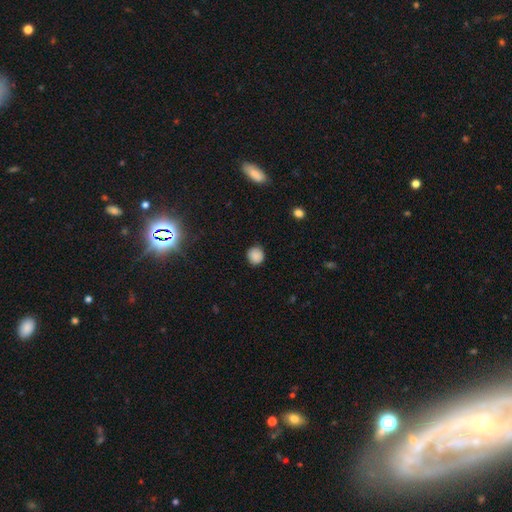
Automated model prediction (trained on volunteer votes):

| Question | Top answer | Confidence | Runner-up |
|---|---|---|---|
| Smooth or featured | smooth | 87% | star or artifact (10%) |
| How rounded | round | 90% | in between (9%) |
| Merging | none | 88% | minor disturbance (8%) |